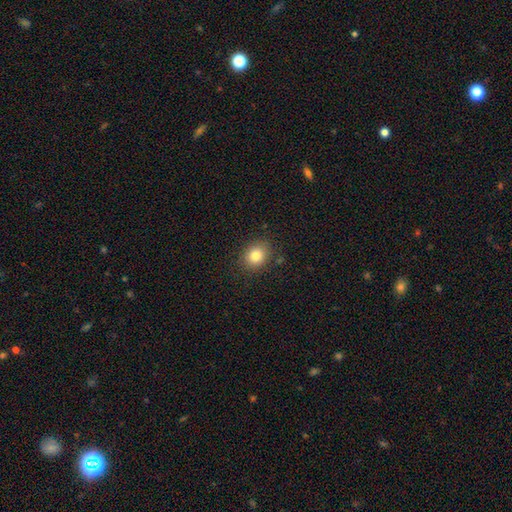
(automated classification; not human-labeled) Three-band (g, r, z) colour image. It shows a smooth galaxy with no disk features (82%) that is round (62%). Merging: none (86%).